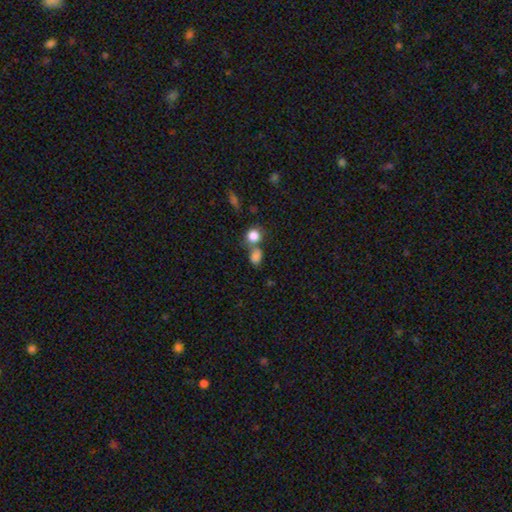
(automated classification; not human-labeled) The model was most divided on "merging" (2-way tie): none: 42%, merger: 42%, minor disturbance: 11%, major disturbance: 5%. More confident: smooth or featured — smooth (81%); how rounded — in between (51%).